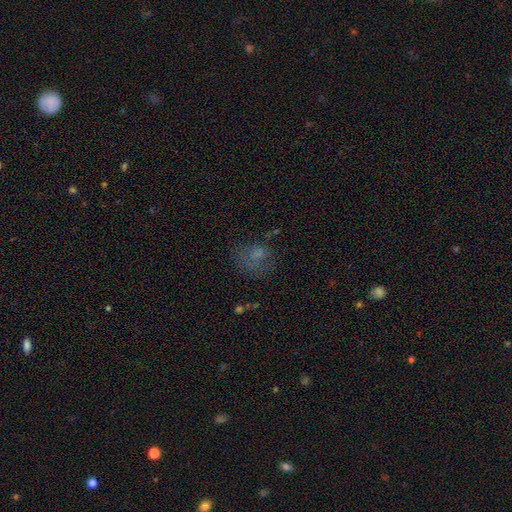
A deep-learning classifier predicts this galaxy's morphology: smooth 57%, featured or disk 22%, star or artifact 21%. Down the decision tree: how rounded — round (58%); merging — none (46%).